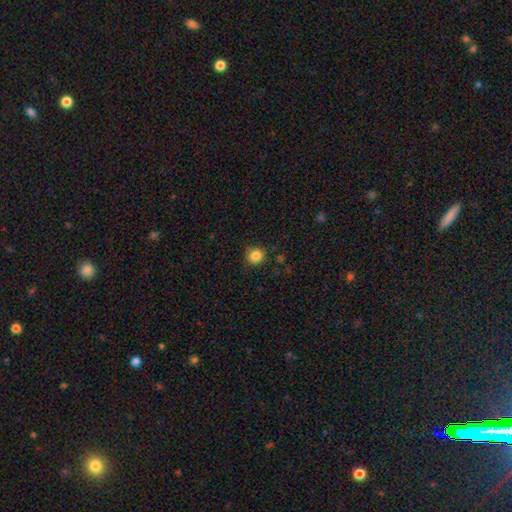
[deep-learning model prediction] Overall: smooth (84%). How rounded: round (91%). Merging: none (88%).